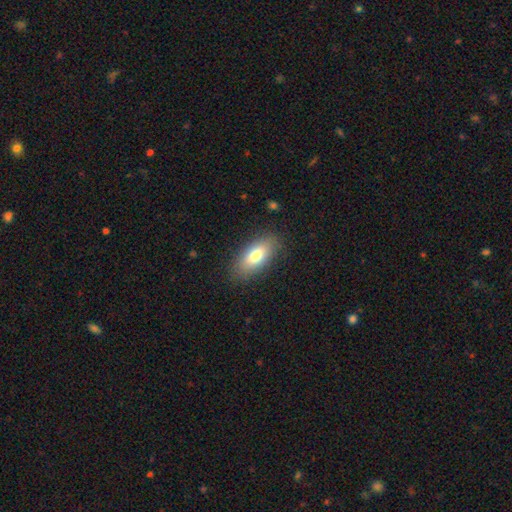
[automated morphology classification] Smooth or featured? smooth (76%)
How rounded? in between (87%)
Merging? none (85%)